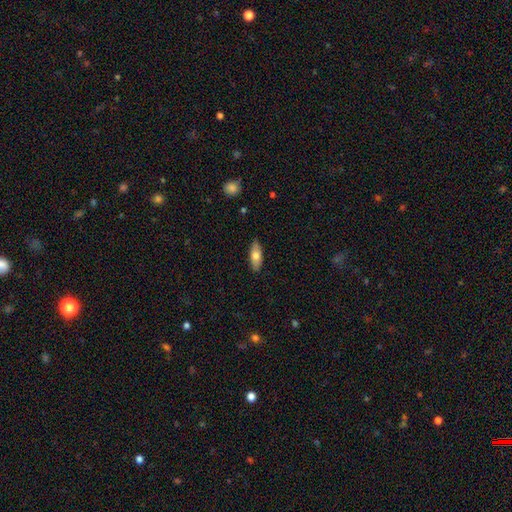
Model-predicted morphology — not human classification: Q: Smooth or featured?
A: smooth (69%); runner-up: featured or disk (24%)
Q: How rounded?
A: in between (77%); runner-up: cigar-shaped (20%)
Q: Merging?
A: none (86%); runner-up: minor disturbance (11%)